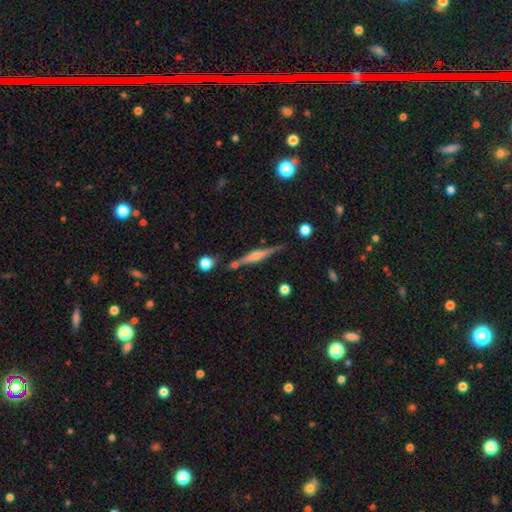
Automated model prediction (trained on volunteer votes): The model was most divided on "smooth or featured": featured or disk: 73%, smooth: 20%, star or artifact: 7%. More confident: edge-on disk — yes (97%); merging — none (80%); edge-on bulge — rounded (78%).